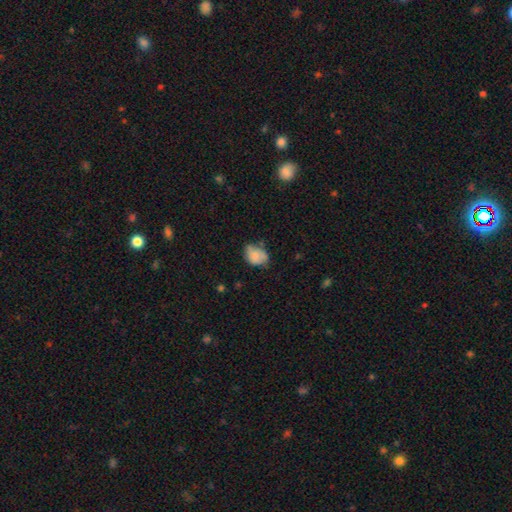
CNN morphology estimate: Overall: smooth (74%). How rounded: in between (64%; round 35%). Merging: none (52%; minor disturbance 35%).